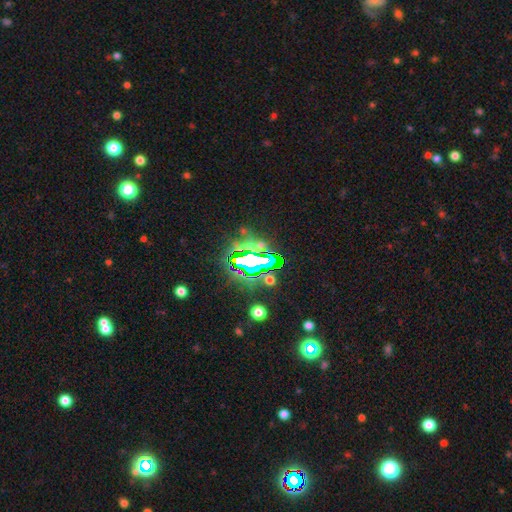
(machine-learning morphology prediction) Q: Smooth or featured?
A: star or artifact (78%); runner-up: featured or disk (12%)